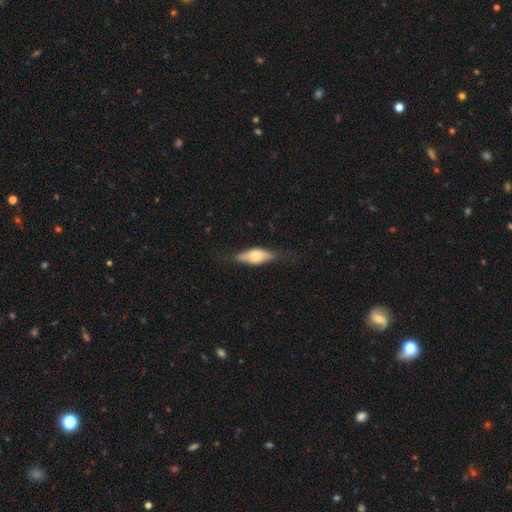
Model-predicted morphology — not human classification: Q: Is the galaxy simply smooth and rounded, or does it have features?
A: smooth — 59%.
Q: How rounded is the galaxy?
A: in between — 73%.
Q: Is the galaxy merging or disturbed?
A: none — 71%.